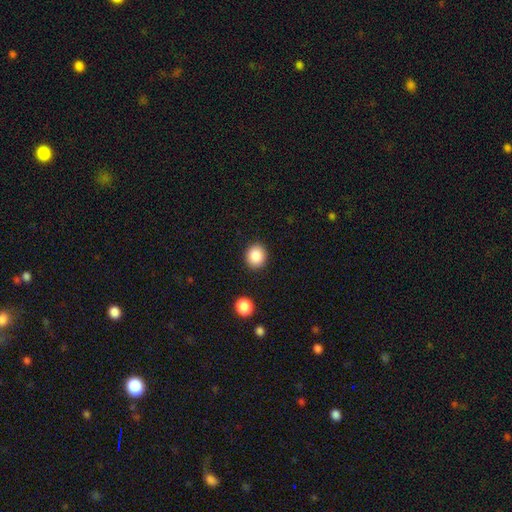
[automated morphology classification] Smooth or featured? smooth (87%)
How rounded? round (76%)
Merging? none (90%)